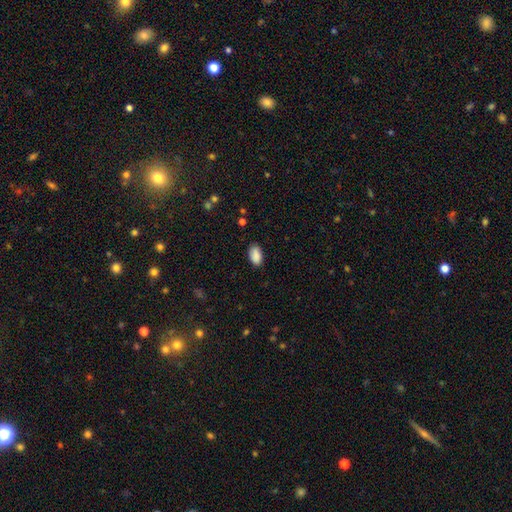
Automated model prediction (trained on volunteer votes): This appears to be a smooth galaxy with no disk features (89%) that is in between round and cigar-shaped (94%). Merging: none (83%).